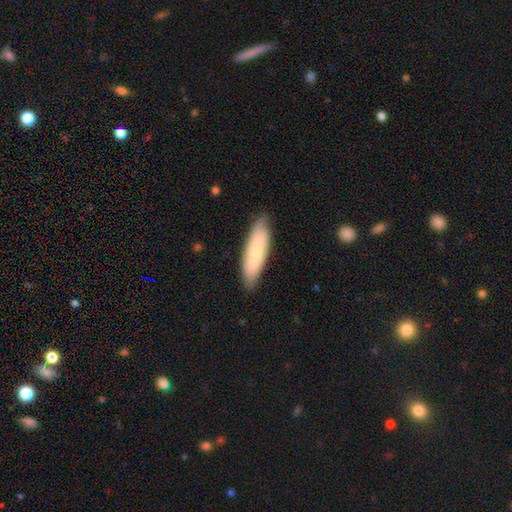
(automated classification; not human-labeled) A smooth galaxy with no disk features (66%) that is cigar-shaped (61%). Merging: none (85%).